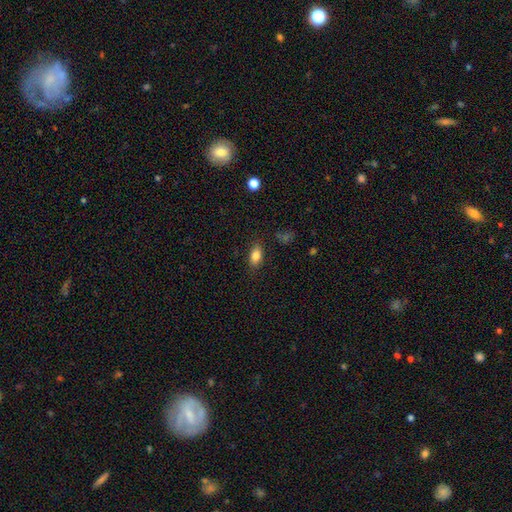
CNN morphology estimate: Overall: smooth (82%). How rounded: in between (88%). Merging: none (85%).